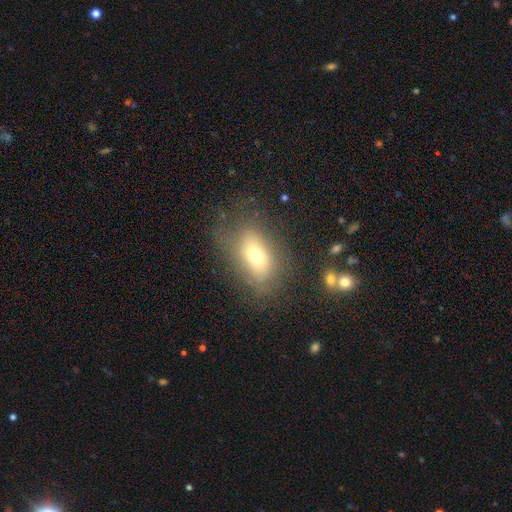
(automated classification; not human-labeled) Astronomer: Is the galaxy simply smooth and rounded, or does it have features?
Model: smooth — 64%.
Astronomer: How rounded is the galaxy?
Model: in between — 81%.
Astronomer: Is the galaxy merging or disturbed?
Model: none — 63%.